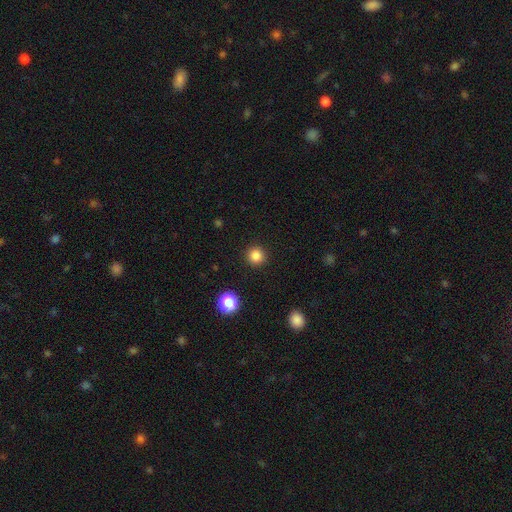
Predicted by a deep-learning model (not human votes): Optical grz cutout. It shows a smooth galaxy with no disk features (84%) that is round (95%). Merging: none (92%).